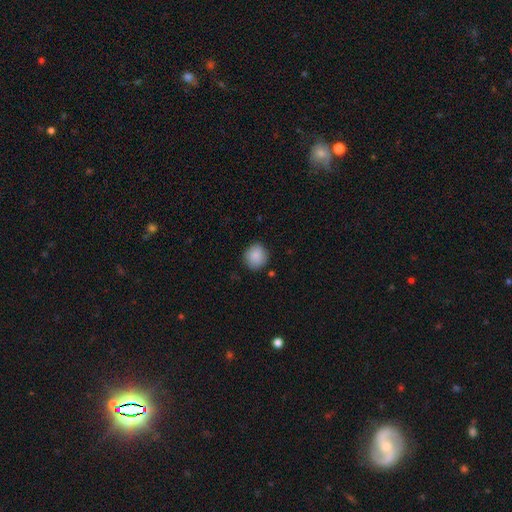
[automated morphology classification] Q: Smooth or featured?
A: smooth (88%); runner-up: star or artifact (7%)
Q: How rounded?
A: round (85%); runner-up: in between (14%)
Q: Merging?
A: none (86%); runner-up: minor disturbance (11%)